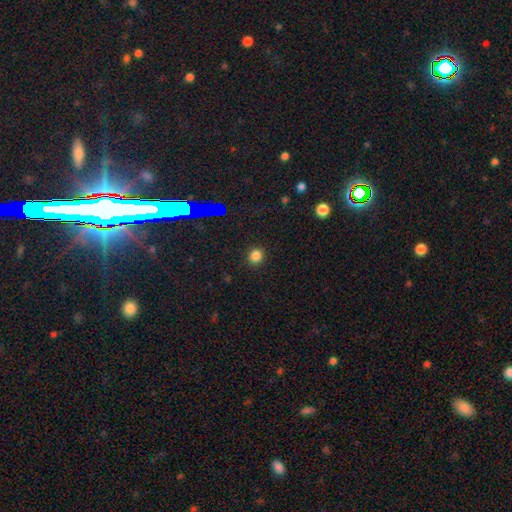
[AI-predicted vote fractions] smooth-or-featured: smooth: 80% | star or artifact: 15% | featured or disk: 4%
  how-rounded: round: 88% | in between: 11% | cigar-shaped: 1%
  merging: none: 91% | minor disturbance: 6% | major disturbance: 2% | merger: 1%